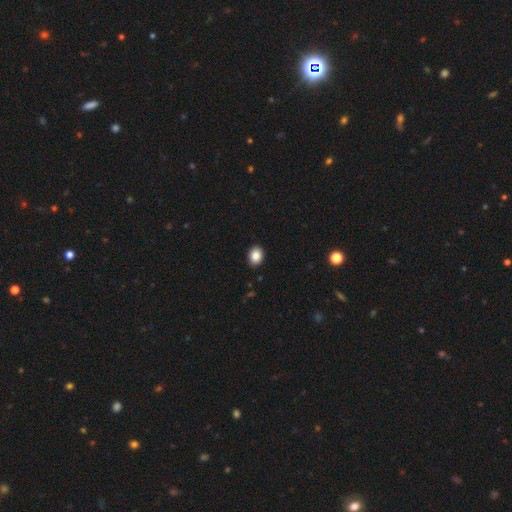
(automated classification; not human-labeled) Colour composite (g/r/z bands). It shows a smooth galaxy with no disk features (87%) that is in between round and cigar-shaped (60%). Merging: none (91%).